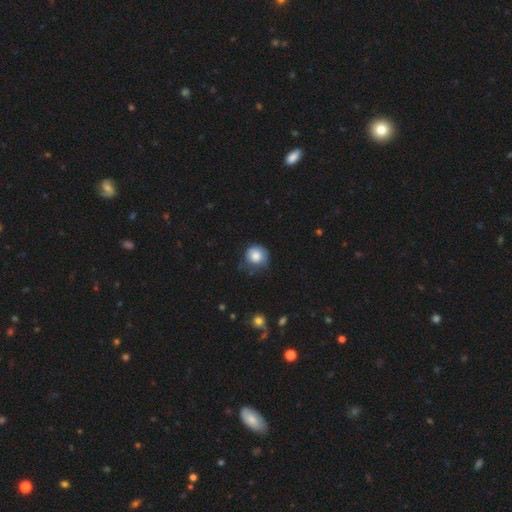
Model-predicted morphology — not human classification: smooth-or-featured: smooth: 81% | featured or disk: 10% | star or artifact: 8%
  how-rounded: round: 89% | in between: 10% | cigar-shaped: 1%
  merging: none: 62% | minor disturbance: 28% | major disturbance: 8% | merger: 2%